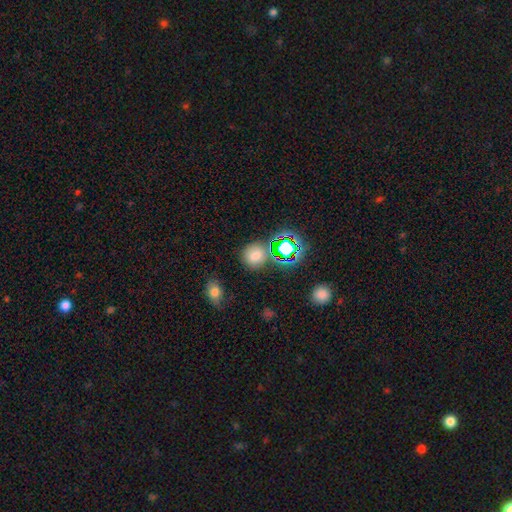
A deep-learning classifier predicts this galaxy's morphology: Smooth or featured: smooth — 68% (star or artifact — 24%)
How rounded: round — 78% (in between — 21%)
Merging: none — 77% (minor disturbance — 12%)